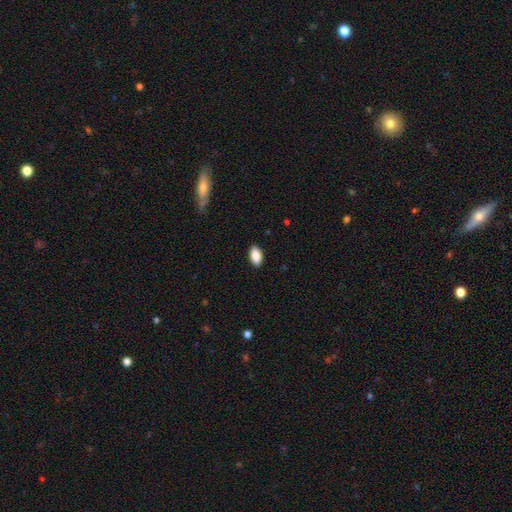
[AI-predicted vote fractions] Smooth or featured: smooth — 88% (star or artifact — 7%)
How rounded: in between — 93% (cigar-shaped — 3%)
Merging: none — 89% (minor disturbance — 8%)